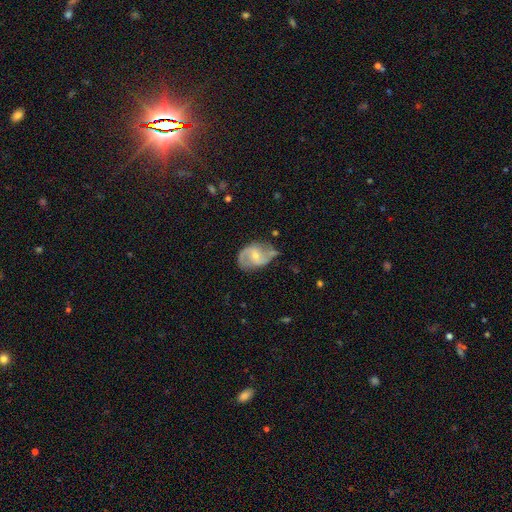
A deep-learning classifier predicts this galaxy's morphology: smooth-or-featured: featured or disk: 82% | smooth: 13% | star or artifact: 5%
  disk-edge-on: no: 97% | yes: 3%
    bar: weak: 50% | no: 35% | strong: 15%
    has-spiral-arms: yes: 94% | no: 6%
      spiral-winding: medium: 49% | loose: 37% | tight: 15%
      spiral-arm-count: 2: 89% | can't tell: 5% | 1: 3% | 3: 1% | 4: 1% | more than 4: 1%
    bulge-size: small: 56% | moderate: 39% | none: 3% | large: 1% | dominant: 1%
  merging: none: 65% | minor disturbance: 23% | major disturbance: 9% | merger: 3%